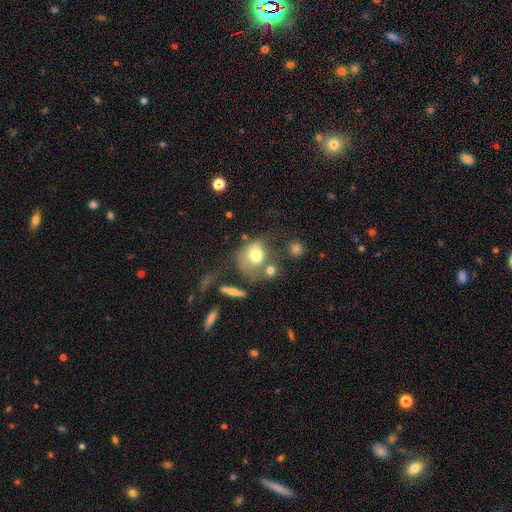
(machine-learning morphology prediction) A smooth galaxy with no disk features (69%) that is round (65%).

Vote fractions:
- Smooth or featured? smooth: 69% / featured or disk: 21% / star or artifact: 10%
- How rounded? round: 65% / in between: 33% / cigar-shaped: 1%
- Merging? none: 33% / merger: 25% / major disturbance: 23% / minor disturbance: 19%